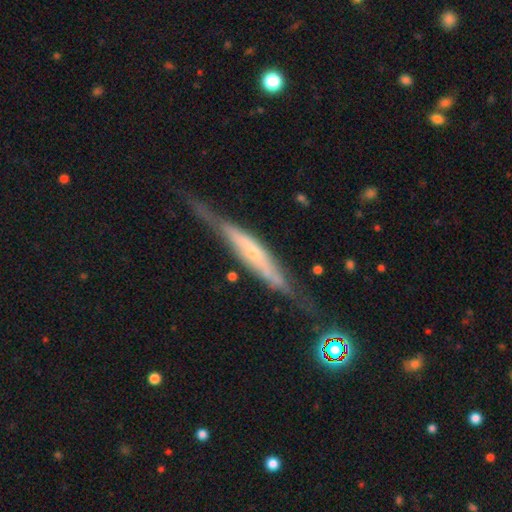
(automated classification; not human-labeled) Smooth or featured: featured or disk — 75% (smooth — 18%)
Edge-on disk: yes — 85% (no — 15%)
Edge-on bulge: rounded — 47% (none — 34%)
Merging: none — 67% (minor disturbance — 22%)